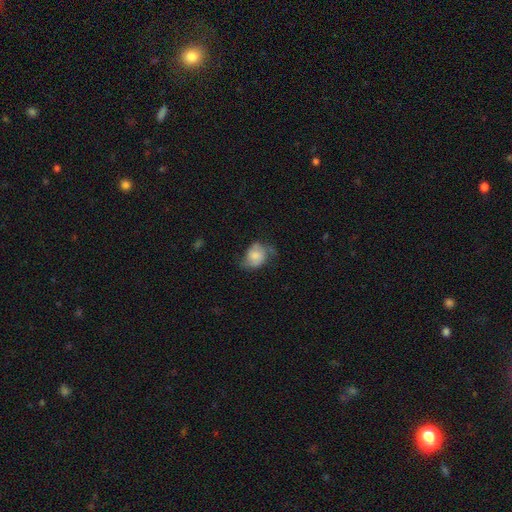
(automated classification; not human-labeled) smooth-or-featured: smooth: 60% | featured or disk: 32% | star or artifact: 8%
  how-rounded: in between: 54% | round: 45% | cigar-shaped: 1%
  merging: none: 44% | minor disturbance: 34% | major disturbance: 19% | merger: 2%